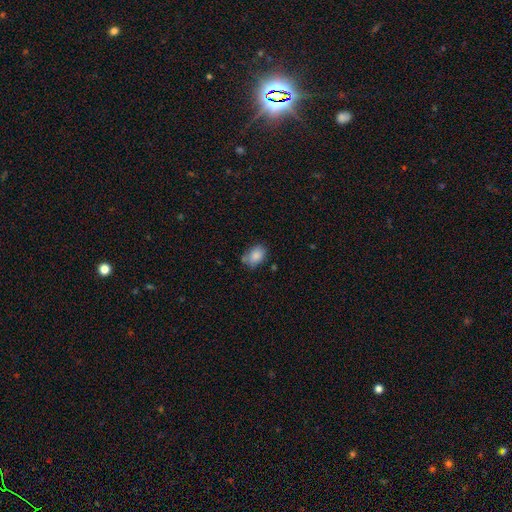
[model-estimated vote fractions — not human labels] Morphology: type=smooth (85%); roundness=in between (79%); merging=none (65%).